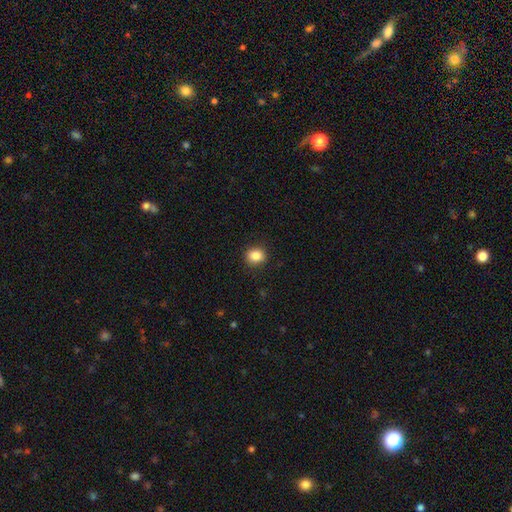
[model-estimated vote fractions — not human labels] Smooth or featured? Predicted: smooth (p=0.86). How rounded? Predicted: round (p=0.70). Merging? Predicted: none (p=0.90).